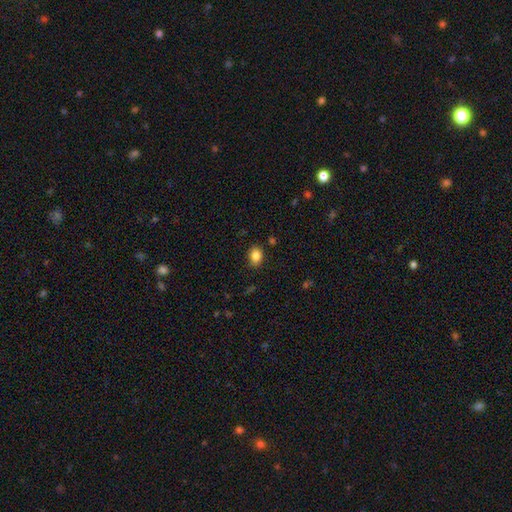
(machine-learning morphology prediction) Smooth or featured?
  - smooth: 85% *
  - star or artifact: 10%
  - featured or disk: 5%
How rounded?
  - in between: 60% *
  - round: 39%
  - cigar-shaped: 1%
Merging?
  - none: 83% *
  - minor disturbance: 12%
  - major disturbance: 3%
  - merger: 2%